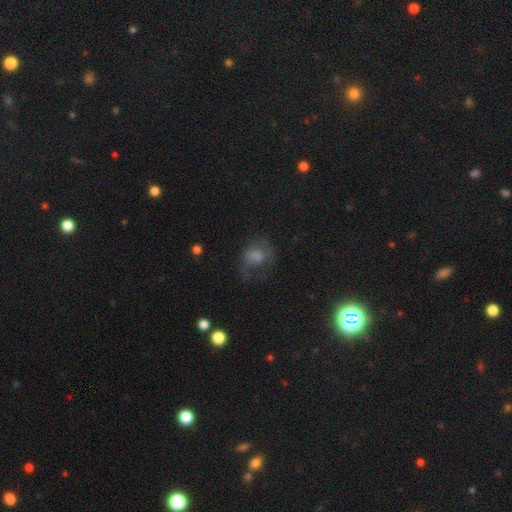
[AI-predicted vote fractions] Smooth or featured: smooth — 56% (featured or disk — 31%)
How rounded: round — 50% (in between — 49%)
Merging: major disturbance — 38% (none — 37%)